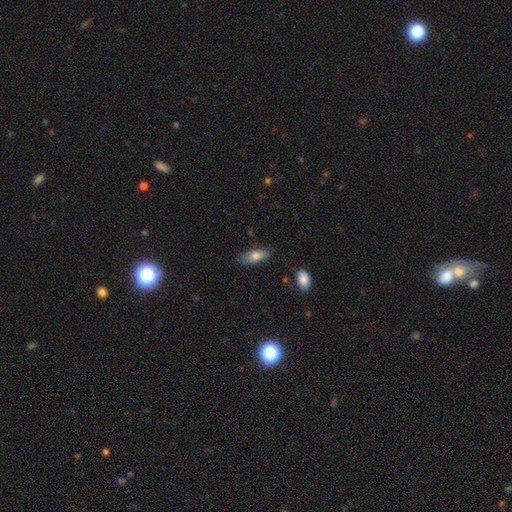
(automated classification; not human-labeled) Q: Smooth or featured?
A: smooth (78%); runner-up: featured or disk (15%)
Q: How rounded?
A: in between (79%); runner-up: cigar-shaped (18%)
Q: Merging?
A: none (75%); runner-up: minor disturbance (19%)